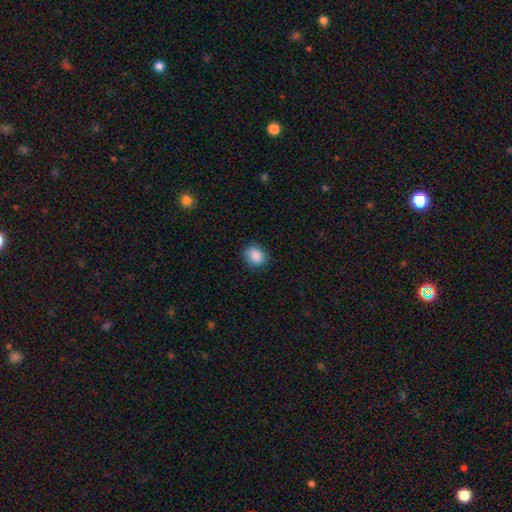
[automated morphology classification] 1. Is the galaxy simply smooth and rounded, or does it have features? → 87% smooth, 8% star or artifact, 5% featured or disk.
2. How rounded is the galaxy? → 62% round, 37% in between, 1% cigar-shaped.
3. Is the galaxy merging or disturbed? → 81% none, 15% minor disturbance, 3% major disturbance, 1% merger.